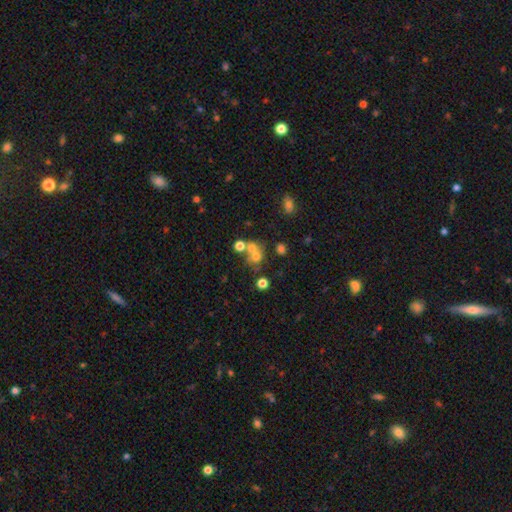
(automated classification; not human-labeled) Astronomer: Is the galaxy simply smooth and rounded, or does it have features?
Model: smooth — 60%.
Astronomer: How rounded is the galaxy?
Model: round — 72%.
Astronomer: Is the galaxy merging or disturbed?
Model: merger — 47% (runner-up: none, 38%).